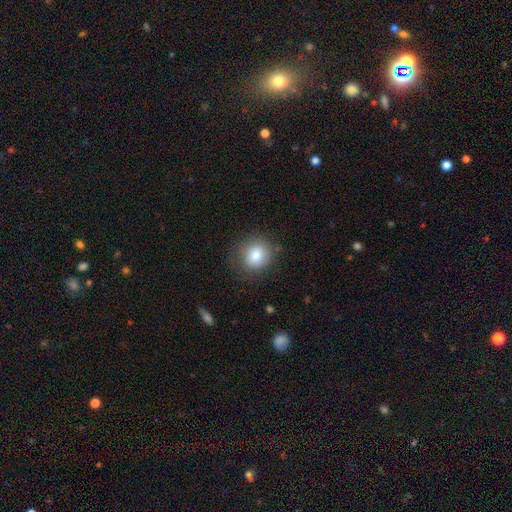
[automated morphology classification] This appears to be a smooth galaxy with no disk features (79%) that is round (86%). Merging: none (81%).